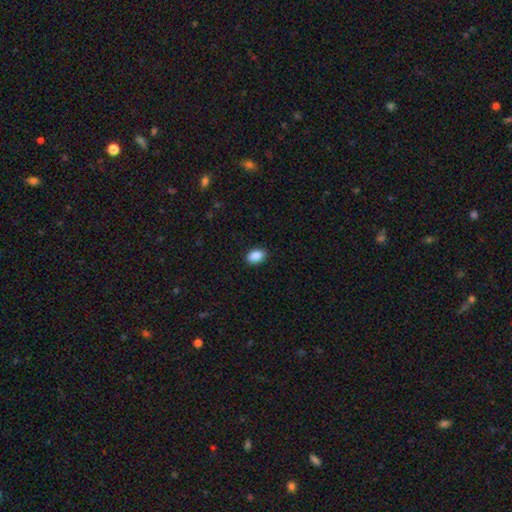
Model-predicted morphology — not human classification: This appears to be a smooth galaxy with no disk features (89%) that is in between round and cigar-shaped (87%). Merging: none (89%).